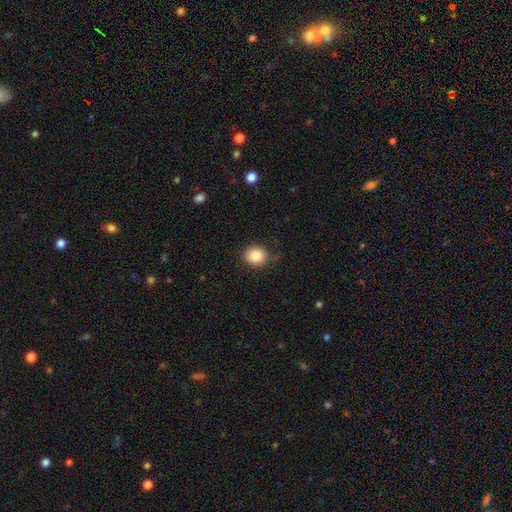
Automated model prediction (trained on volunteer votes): A smooth galaxy with no disk features (86%) that is round (76%).

Vote fractions:
- Smooth or featured? smooth: 86% / star or artifact: 9% / featured or disk: 5%
- How rounded? round: 76% / in between: 23% / cigar-shaped: 1%
- Merging? none: 79% / minor disturbance: 16% / major disturbance: 4% / merger: 1%